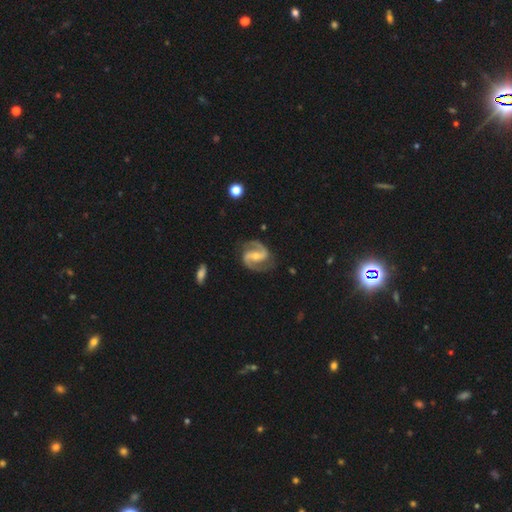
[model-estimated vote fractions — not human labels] A featured or disk galaxy (93%) with a strong bar (46%), 2 (94%) medium (62%) spiral arms (98%) and a small central bulge (53%).

Vote fractions:
- Smooth or featured? featured or disk: 93% / star or artifact: 4% / smooth: 3%
- Edge-on disk? no: 98% / yes: 2%
- Bar? strong: 46% / weak: 35% / no: 19%
- Spiral arms? yes: 98% / no: 2%
- Spiral winding? medium: 62% / tight: 20% / loose: 18%
- Spiral arm count? 2: 94% / can't tell: 1% / 1: 1% / 3: 1% / 4: 1% / more than 4: 1%
- Bulge size? small: 53% / moderate: 42% / none: 3% / large: 2% / dominant: 1%
- Merging? none: 83% / minor disturbance: 12% / major disturbance: 4% / merger: 1%